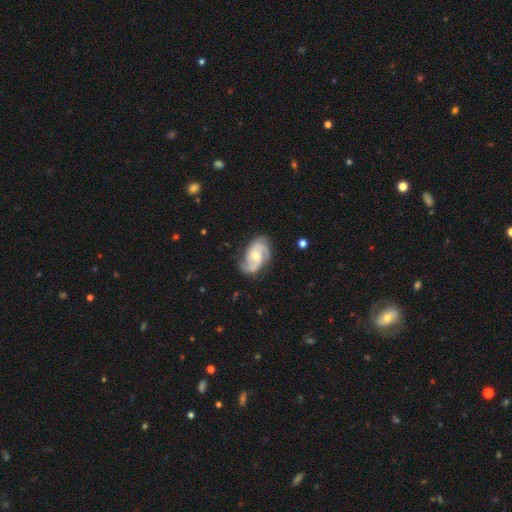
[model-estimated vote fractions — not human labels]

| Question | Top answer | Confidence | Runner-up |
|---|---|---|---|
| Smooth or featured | featured or disk | 87% | smooth (9%) |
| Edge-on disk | no | 97% | yes (3%) |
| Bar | no | 57% | weak (35%) |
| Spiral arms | yes | 97% | no (3%) |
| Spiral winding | medium | 49% | tight (36%) |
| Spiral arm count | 2 | 71% | 3 (15%) |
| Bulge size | moderate | 59% | small (34%) |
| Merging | none | 75% | minor disturbance (18%) |